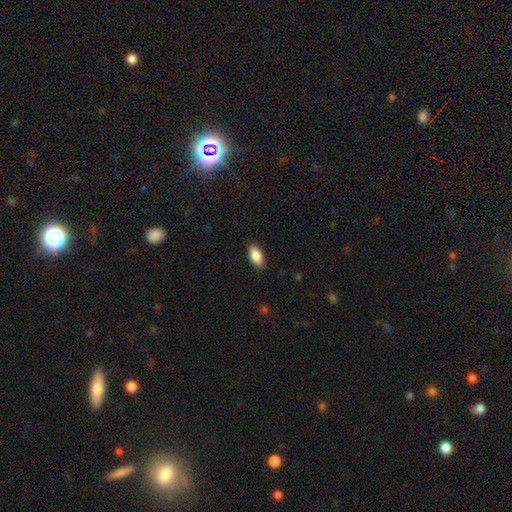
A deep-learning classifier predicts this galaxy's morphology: smooth_or_featured: smooth (p=0.87) [alt: featured or disk p=0.07]
how_rounded: in between (p=0.90) [alt: cigar-shaped p=0.07]
merging: none (p=0.87) [alt: minor disturbance p=0.10]